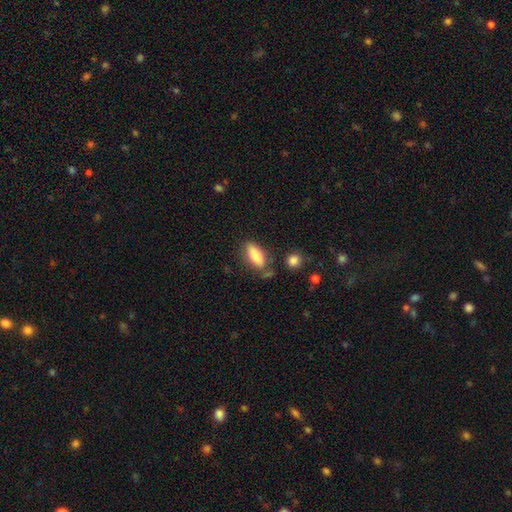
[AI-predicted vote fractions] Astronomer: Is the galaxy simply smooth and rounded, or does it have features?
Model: smooth — 82%.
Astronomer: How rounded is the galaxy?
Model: in between — 76%.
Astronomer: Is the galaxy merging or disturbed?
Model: none — 69%.